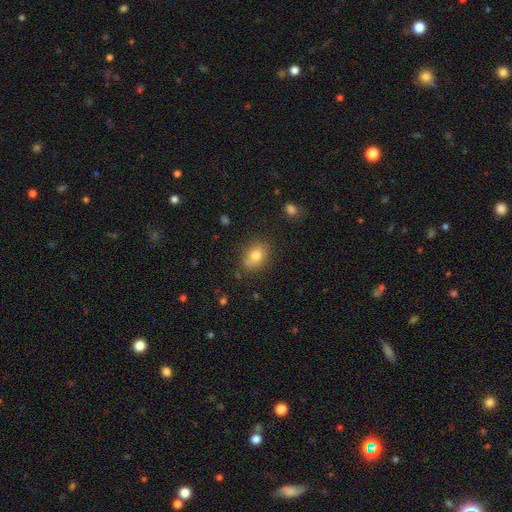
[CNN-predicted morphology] This appears to be a smooth galaxy with no disk features (79%) that is in between round and cigar-shaped (59%). Merging: none (71%).